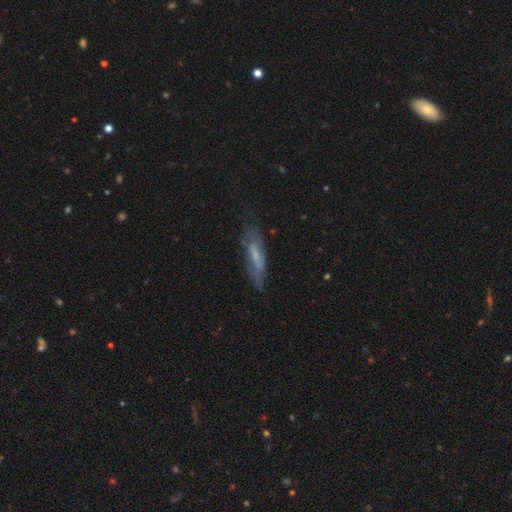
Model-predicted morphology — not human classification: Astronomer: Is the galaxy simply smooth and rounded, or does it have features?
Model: featured or disk — 51% (runner-up: smooth, 40%).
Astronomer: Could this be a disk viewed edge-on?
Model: no — 59% (runner-up: yes, 41%).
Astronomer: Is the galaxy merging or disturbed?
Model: none — 62%.